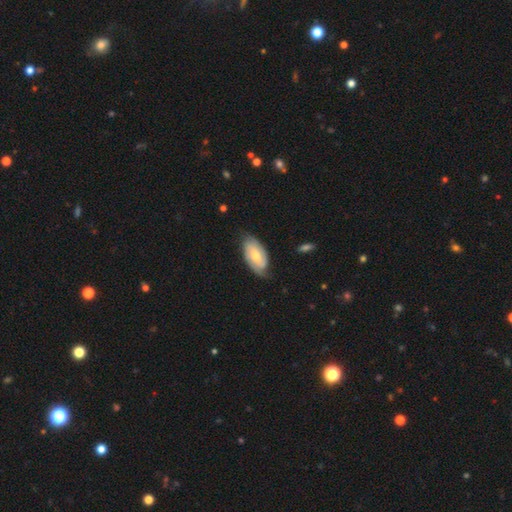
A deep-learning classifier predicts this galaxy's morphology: featured or disk 54%, smooth 40%, star or artifact 5%. Down the decision tree: edge-on disk — no (92%); bar — no (63%); spiral arms — yes (84%); bulge size — moderate (53%); merging — none (65%).